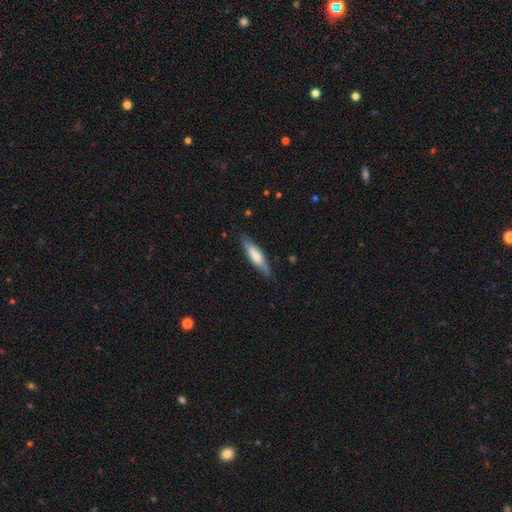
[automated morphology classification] Smooth or featured? Predicted: smooth (p=0.62). How rounded? Predicted: cigar-shaped (p=0.74). Merging? Predicted: none (p=0.81).